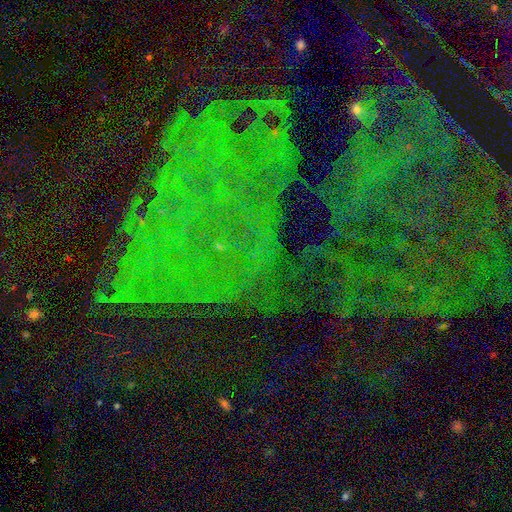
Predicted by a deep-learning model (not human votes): Overall: star or artifact (79%).